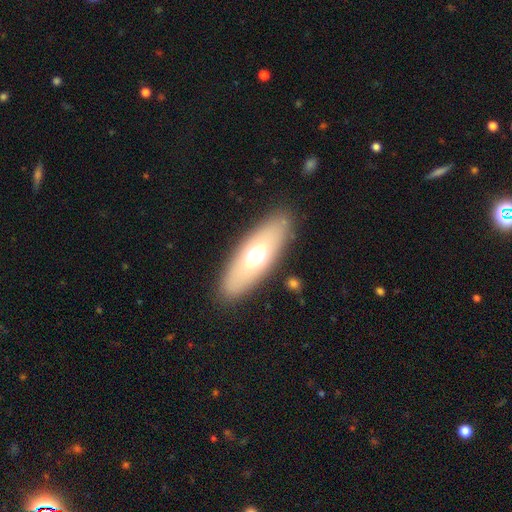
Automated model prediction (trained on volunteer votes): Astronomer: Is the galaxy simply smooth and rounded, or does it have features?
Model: smooth — 57% (runner-up: featured or disk, 34%).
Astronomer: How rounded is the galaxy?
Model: in between — 66%.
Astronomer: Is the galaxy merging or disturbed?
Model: none — 86%.